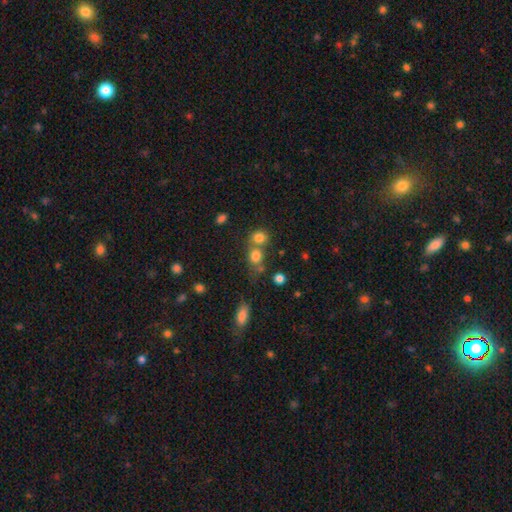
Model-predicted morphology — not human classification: smooth-or-featured: smooth: 77% | star or artifact: 14% | featured or disk: 9%
  how-rounded: round: 76% | in between: 23% | cigar-shaped: 2%
  merging: none: 44% | merger: 42% | minor disturbance: 9% | major disturbance: 5%